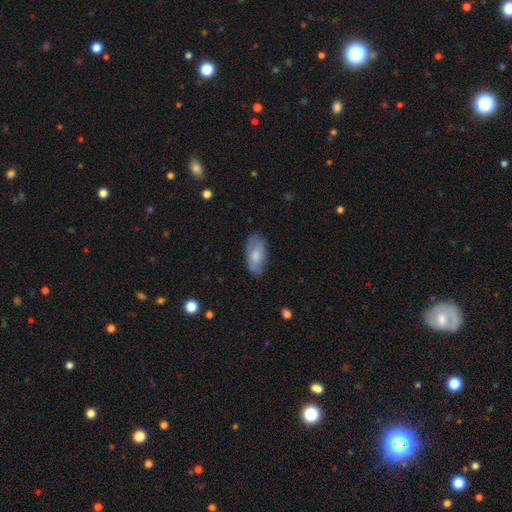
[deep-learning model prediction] This is likely a smooth galaxy (62%). How rounded: clearly in between (92%). Merging: likely none (72%).